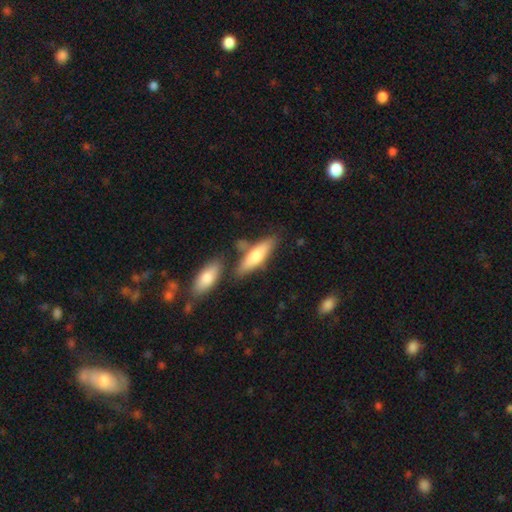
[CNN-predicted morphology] Overall: smooth (70%). How rounded: cigar-shaped (55%; in between 43%). Merging: none (66%).